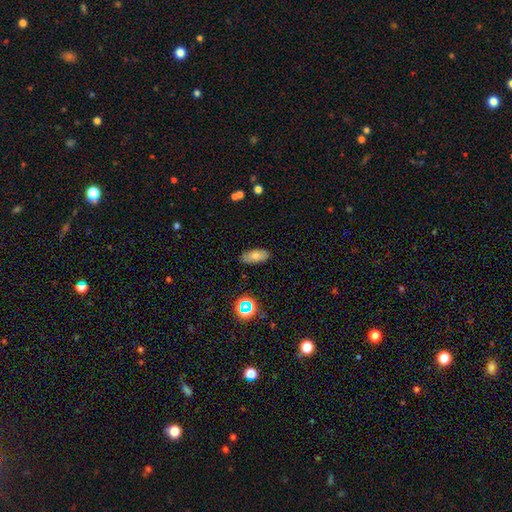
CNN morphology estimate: A smooth galaxy with no disk features (76%) that is in between round and cigar-shaped (87%). Merging: none (84%).